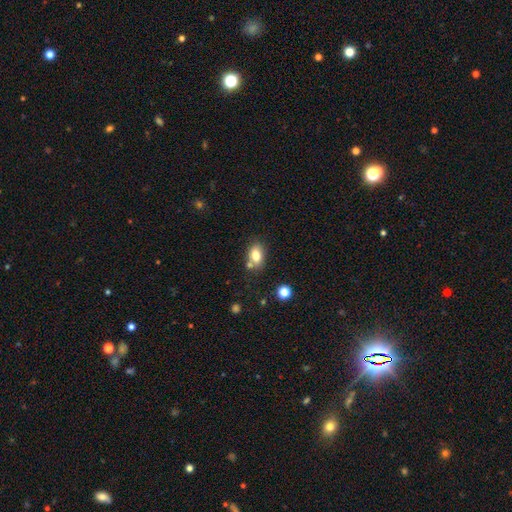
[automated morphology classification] smooth 78%, featured or disk 13%, star or artifact 10%. Down the decision tree: how rounded — in between (81%); merging — none (65%).